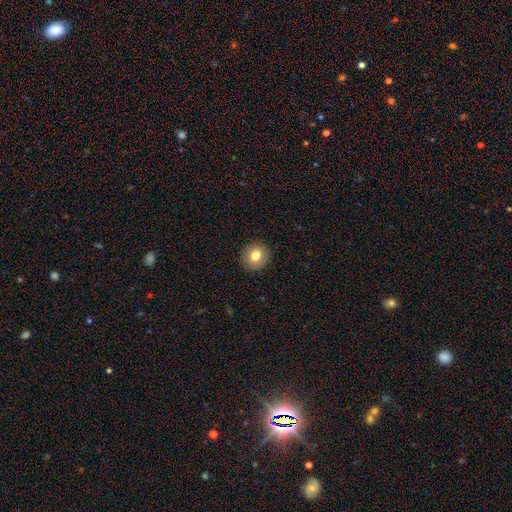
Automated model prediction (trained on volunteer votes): Morphology: type=smooth (81%); roundness=round (82%); merging=none (91%).